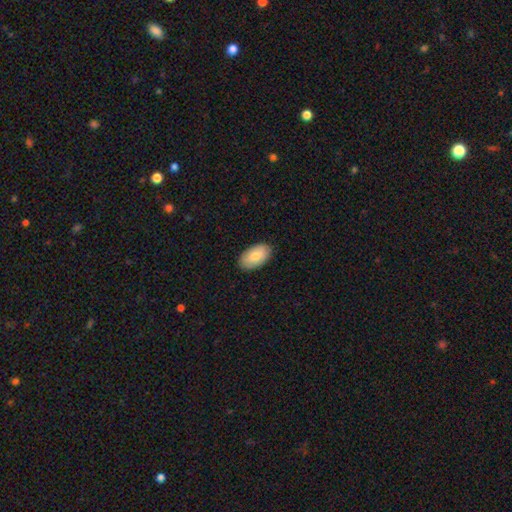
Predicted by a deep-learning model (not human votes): Q: Smooth or featured?
A: smooth (81%); runner-up: featured or disk (13%)
Q: How rounded?
A: in between (95%); runner-up: round (3%)
Q: Merging?
A: none (88%); runner-up: minor disturbance (10%)